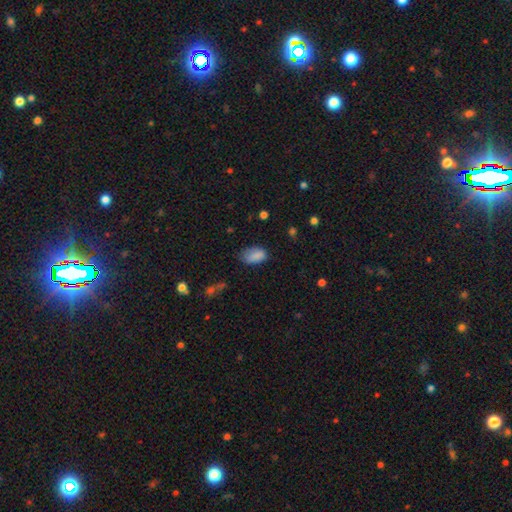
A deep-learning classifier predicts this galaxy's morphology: The model was most divided on "merging": none: 57%, minor disturbance: 32%, major disturbance: 9%, merger: 2%. More confident: how rounded — in between (91%); smooth or featured — smooth (84%).